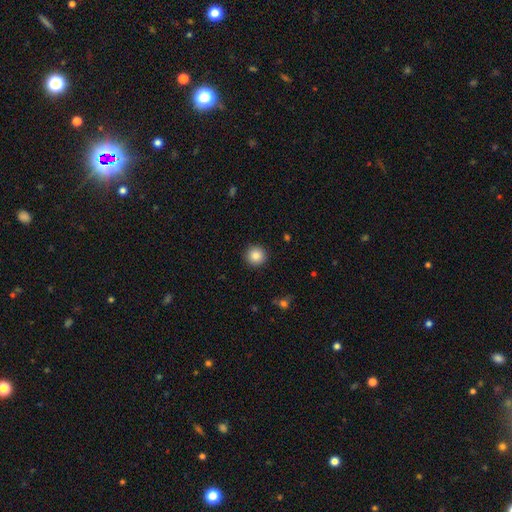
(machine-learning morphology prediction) smooth_or_featured: smooth (p=0.85) [alt: star or artifact p=0.10]
how_rounded: round (p=0.95) [alt: in between p=0.04]
merging: none (p=0.92) [alt: minor disturbance p=0.05]